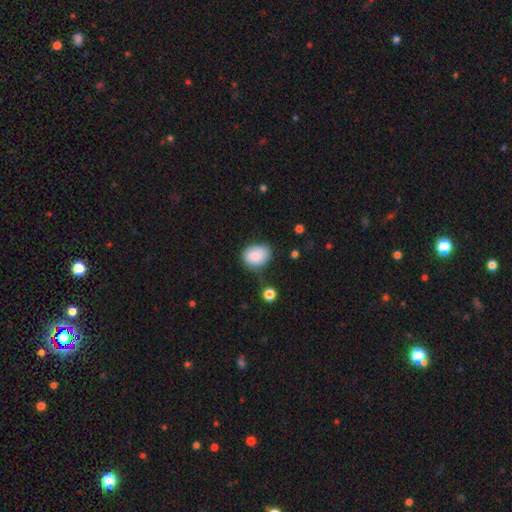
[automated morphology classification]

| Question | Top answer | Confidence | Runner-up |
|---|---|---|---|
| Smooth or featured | smooth | 78% | featured or disk (14%) |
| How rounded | round | 51% | in between (48%) |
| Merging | none | 59% | minor disturbance (30%) |